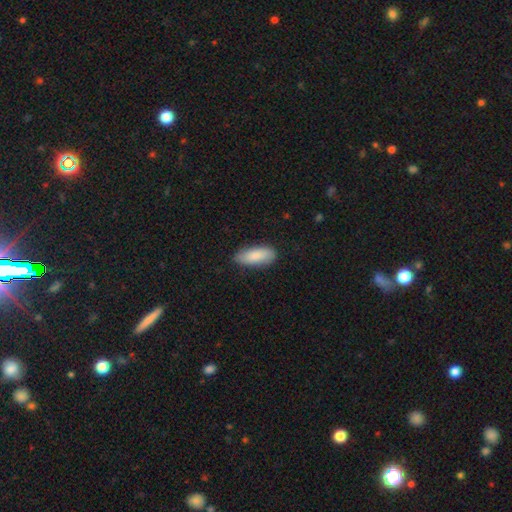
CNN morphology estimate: This appears to be a smooth galaxy with no disk features (84%) that is in between round and cigar-shaped (80%). Merging: none (83%).